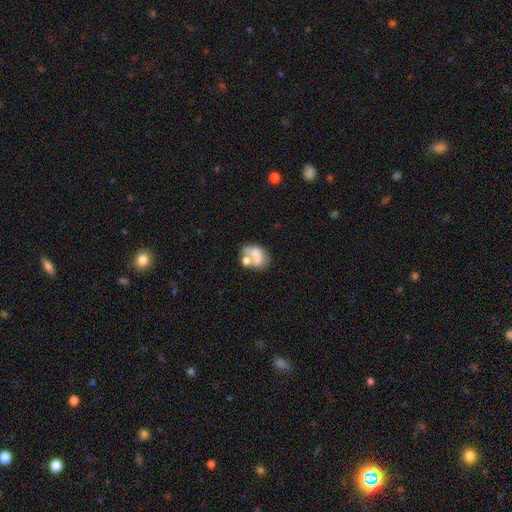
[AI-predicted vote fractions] Smooth or featured: smooth — 62% (featured or disk — 28%)
How rounded: in between — 75% (round — 24%)
Merging: merger — 41% (none — 30%)